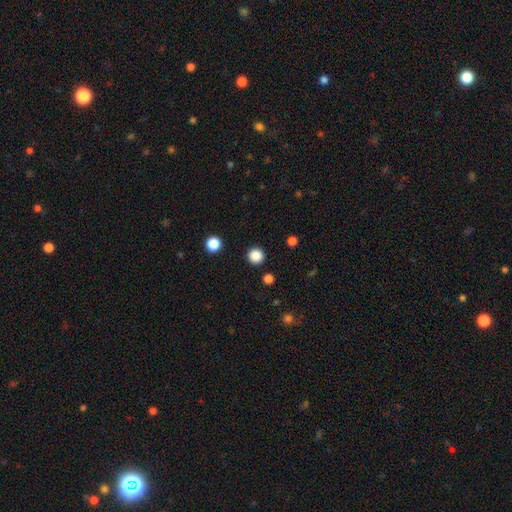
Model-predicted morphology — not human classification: Smooth or featured: smooth — 86% (star or artifact — 11%)
How rounded: round — 96% (in between — 3%)
Merging: none — 93% (minor disturbance — 4%)